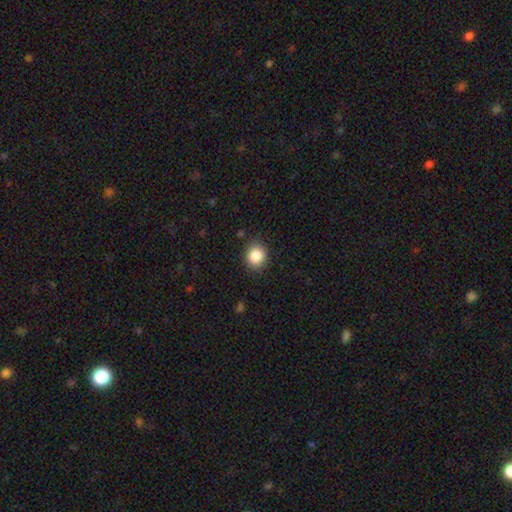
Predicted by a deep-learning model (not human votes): Smooth or featured?
  - smooth: 86% *
  - star or artifact: 9%
  - featured or disk: 4%
How rounded?
  - round: 78% *
  - in between: 21%
  - cigar-shaped: 1%
Merging?
  - none: 88% *
  - minor disturbance: 9%
  - major disturbance: 2%
  - merger: 1%